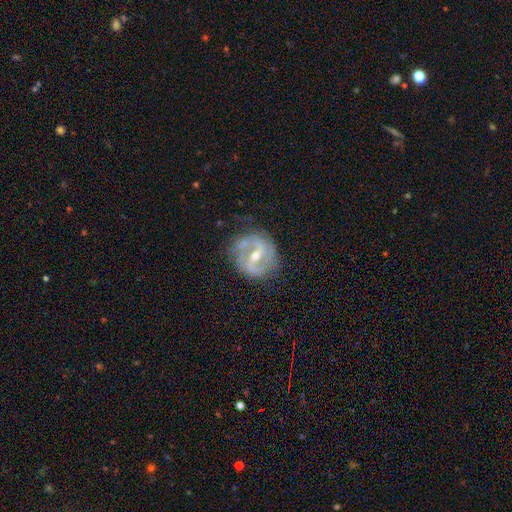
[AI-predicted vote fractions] This is clearly a featured or disk galaxy (87%). It is clearly not viewed edge-on (97%). Bar: marginally strong (42%). Spiral arm pattern: clearly yes (94%). Spiral arm count: clearly 2 (85%). Spiral winding: possibly medium (52%). Central bulge: possibly moderate (50%). Merging: likely none (75%).